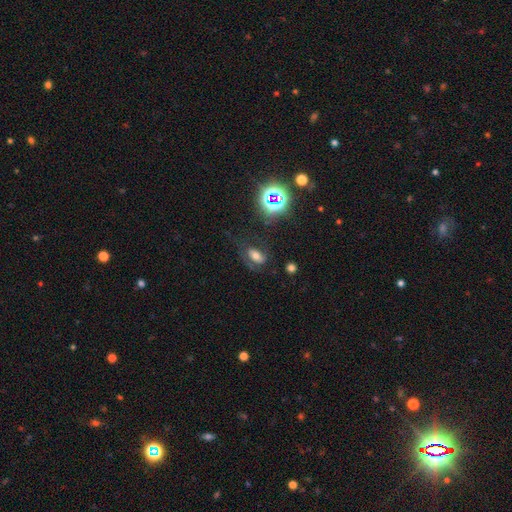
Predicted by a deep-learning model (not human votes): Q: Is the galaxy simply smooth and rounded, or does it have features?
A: smooth — 46%.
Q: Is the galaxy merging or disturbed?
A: none — 58%.